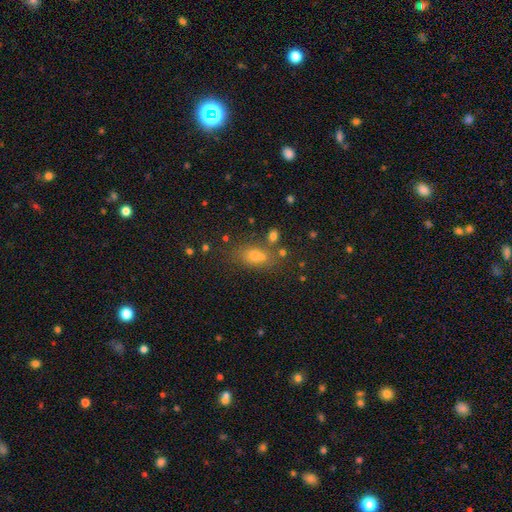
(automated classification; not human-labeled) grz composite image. It shows a smooth galaxy with no disk features (65%) that is in between round and cigar-shaped (73%). Merging: none (65%).